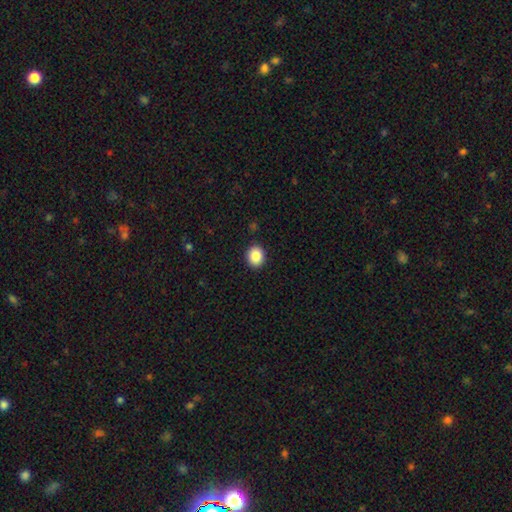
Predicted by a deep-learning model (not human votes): smooth 87%, star or artifact 9%, featured or disk 5%. Down the decision tree: how rounded — round (59%); merging — none (90%).